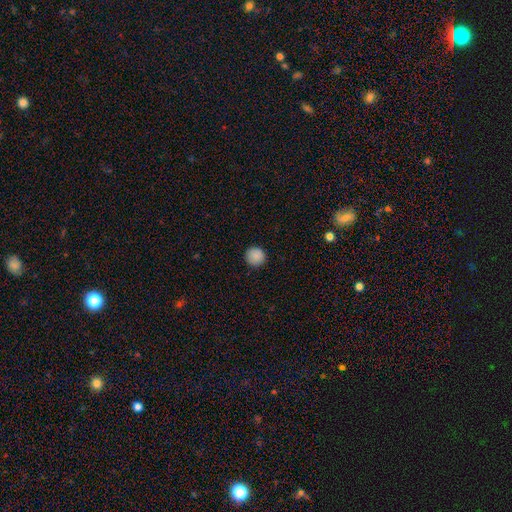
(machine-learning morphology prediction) smooth 89%, star or artifact 9%, featured or disk 3%. Down the decision tree: how rounded — round (95%); merging — none (91%).